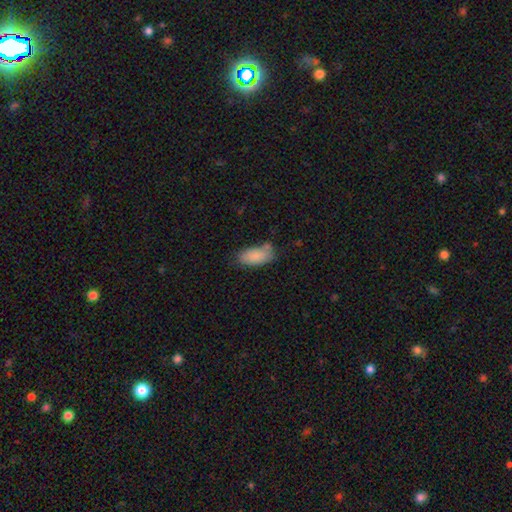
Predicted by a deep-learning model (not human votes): smooth_or_featured: smooth (p=0.85) [alt: featured or disk p=0.08]
how_rounded: in between (p=0.93) [alt: cigar-shaped p=0.04]
merging: none (p=0.59) [alt: minor disturbance p=0.25]